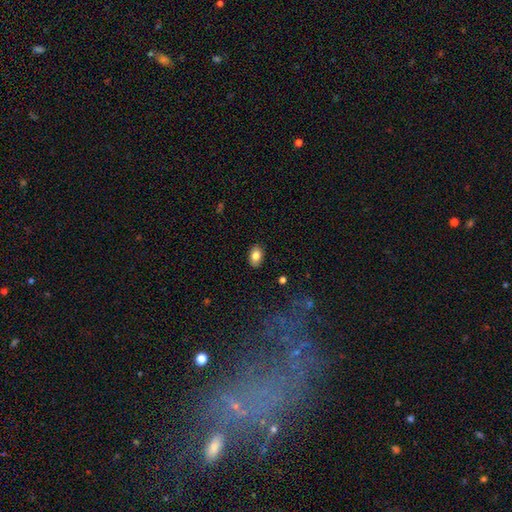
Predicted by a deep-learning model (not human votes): This is clearly a smooth galaxy (83%). How rounded: clearly in between (84%). Merging: clearly none (88%).